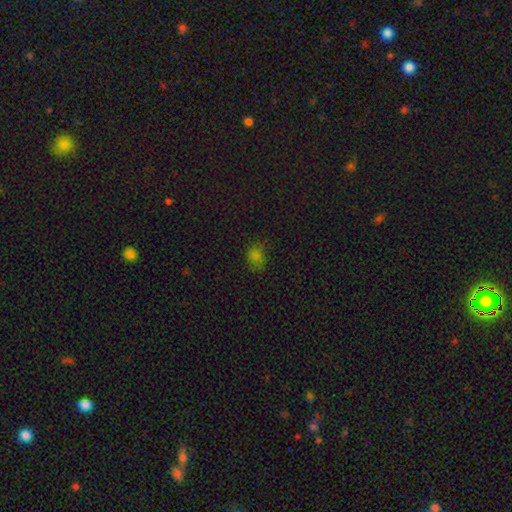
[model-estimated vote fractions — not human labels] smooth 71%, star or artifact 22%, featured or disk 7%. Down the decision tree: how rounded — in between (52%); merging — none (70%).